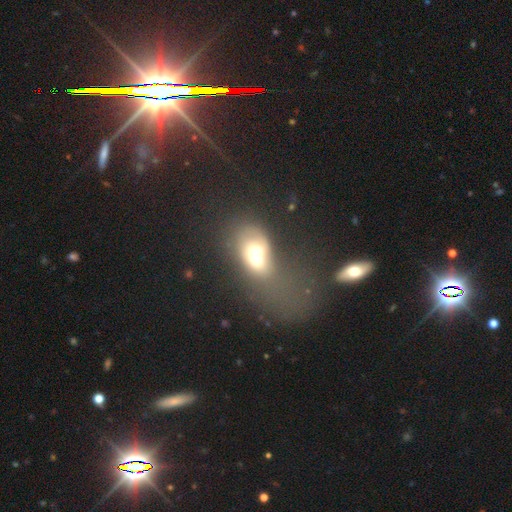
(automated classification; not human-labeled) Smooth or featured?
  - smooth: 53% *
  - featured or disk: 35%
  - star or artifact: 12%
How rounded?
  - in between: 61% *
  - round: 36%
  - cigar-shaped: 2%
Merging?
  - merger: 72% *
  - none: 13%
  - major disturbance: 9%
  - minor disturbance: 6%